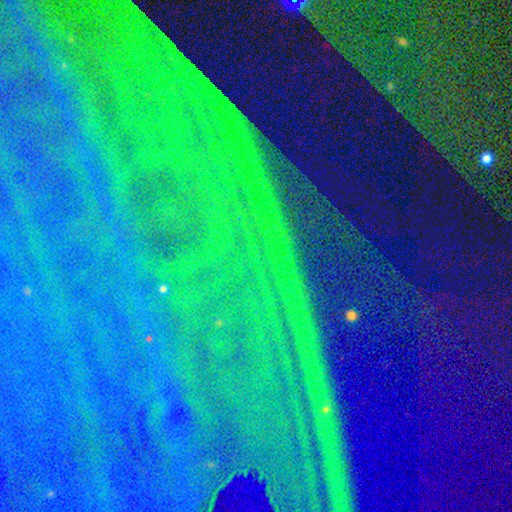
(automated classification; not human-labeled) The model was most divided on "smooth or featured": star or artifact: 88%, featured or disk: 6%, smooth: 5%.